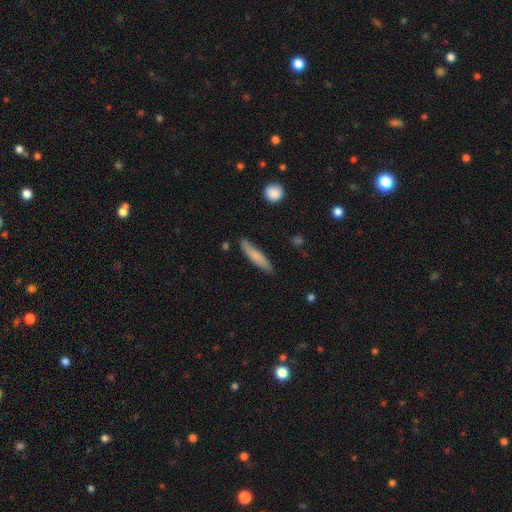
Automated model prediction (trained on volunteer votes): Q: Smooth or featured?
A: smooth (73%); runner-up: featured or disk (21%)
Q: How rounded?
A: cigar-shaped (85%); runner-up: in between (14%)
Q: Merging?
A: none (81%); runner-up: minor disturbance (15%)